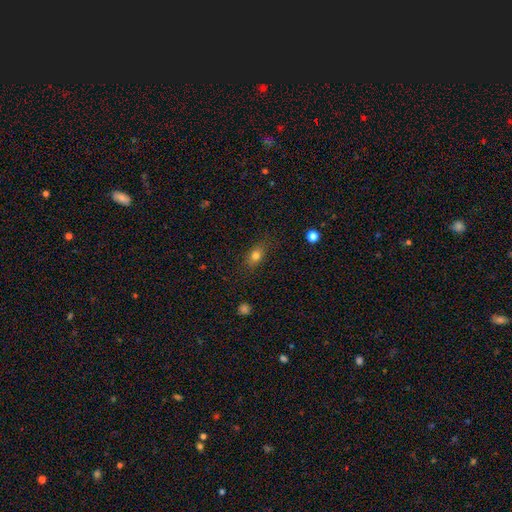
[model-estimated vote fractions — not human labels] A smooth galaxy with no disk features (78%) that is in between round and cigar-shaped (70%). Merging: none (80%).